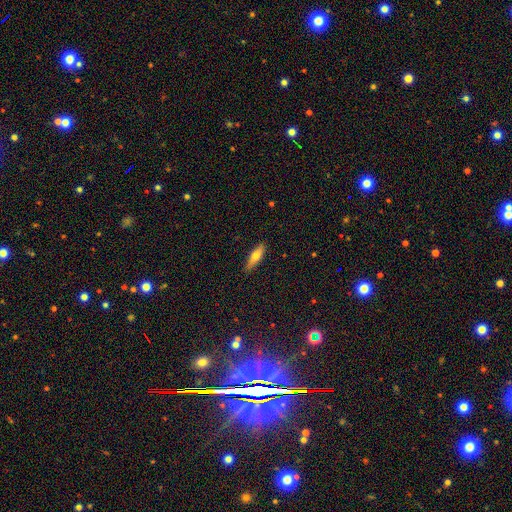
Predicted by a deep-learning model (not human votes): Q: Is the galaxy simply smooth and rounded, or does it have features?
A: smooth — 64%.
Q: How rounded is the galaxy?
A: cigar-shaped — 59%.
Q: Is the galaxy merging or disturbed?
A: none — 87%.